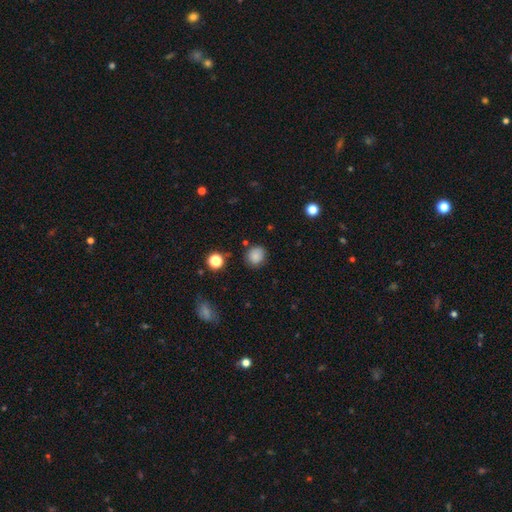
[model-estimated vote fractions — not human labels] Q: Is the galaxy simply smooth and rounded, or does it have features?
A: smooth — 83%.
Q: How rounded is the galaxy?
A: round — 79%.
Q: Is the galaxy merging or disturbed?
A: none — 79%.